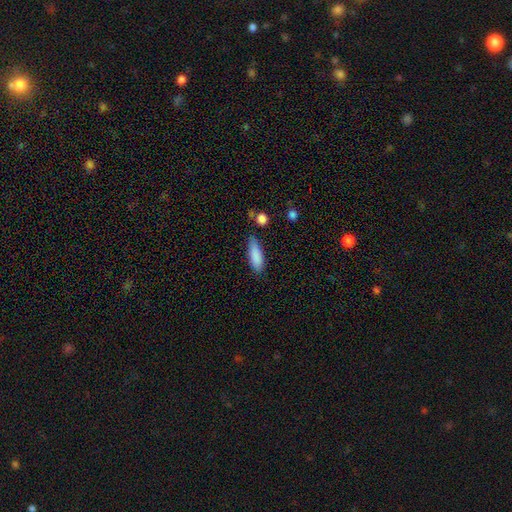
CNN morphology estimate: smooth_or_featured: smooth (p=0.87) [alt: star or artifact p=0.07]
how_rounded: in between (p=0.55) [alt: cigar-shaped p=0.43]
merging: none (p=0.74) [alt: minor disturbance p=0.19]